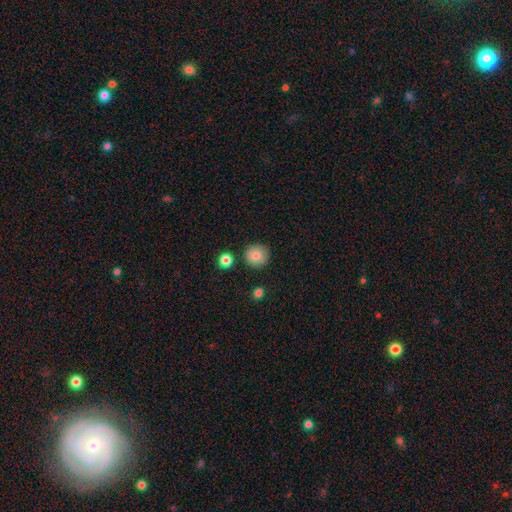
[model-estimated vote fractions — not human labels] This appears to be a smooth galaxy with no disk features (85%) that is round (93%). Merging: none (87%).